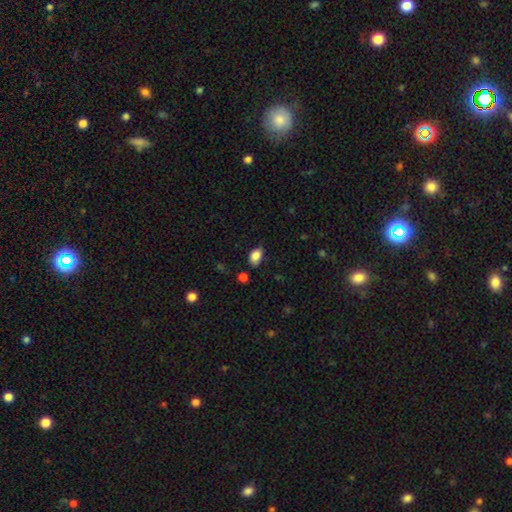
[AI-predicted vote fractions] A smooth galaxy with no disk features (86%) that is in between round and cigar-shaped (86%). Merging: none (71%).